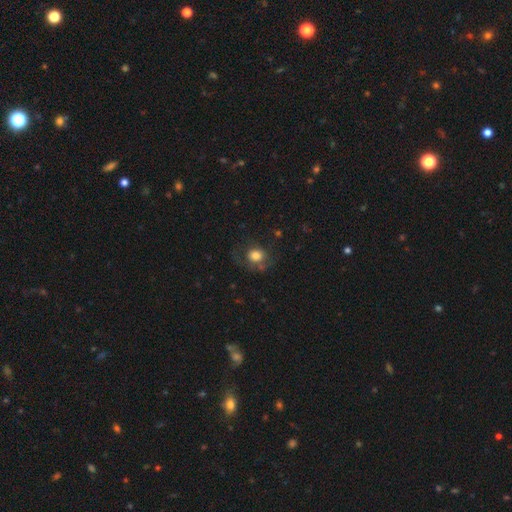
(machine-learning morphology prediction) The model was most divided on "merging": none: 57%, minor disturbance: 22%, major disturbance: 18%, merger: 3%. More confident: smooth or featured — smooth (74%); how rounded — round (69%).